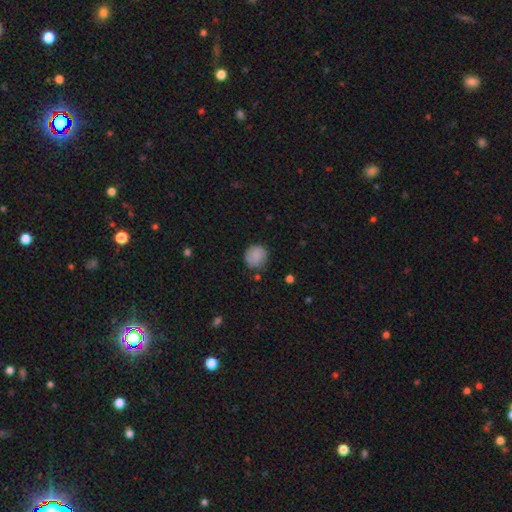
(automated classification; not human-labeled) smooth 73%, featured or disk 19%, star or artifact 8%. Down the decision tree: how rounded — round (89%); merging — none (78%).